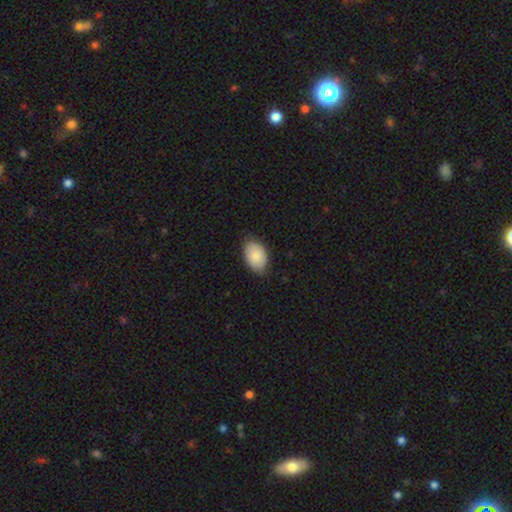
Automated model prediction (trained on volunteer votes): The model was most divided on "merging": none: 78%, minor disturbance: 18%, major disturbance: 3%, merger: 1%. More confident: how rounded — in between (89%); smooth or featured — smooth (86%).